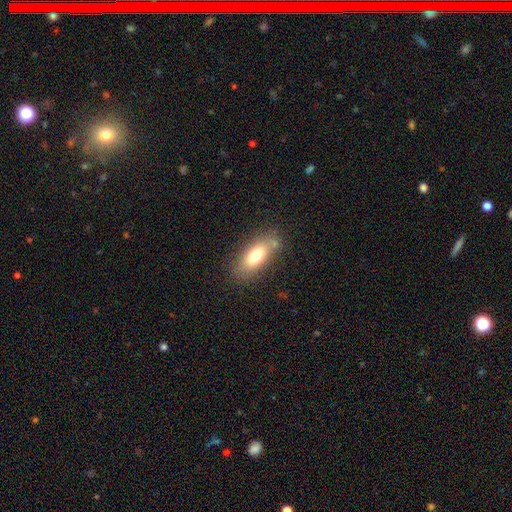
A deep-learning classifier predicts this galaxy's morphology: smooth_or_featured: smooth (p=0.73) [alt: featured or disk p=0.19]
how_rounded: in between (p=0.77) [alt: cigar-shaped p=0.20]
merging: none (p=0.77) [alt: minor disturbance p=0.15]